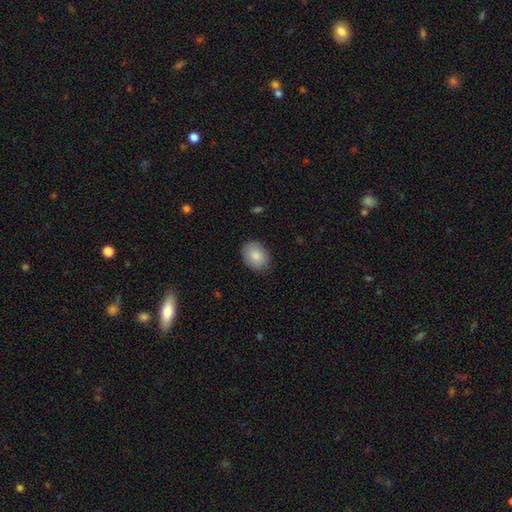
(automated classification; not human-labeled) smooth_or_featured: smooth (p=0.85) [alt: featured or disk p=0.08]
how_rounded: in between (p=0.70) [alt: round p=0.29]
merging: none (p=0.86) [alt: minor disturbance p=0.10]